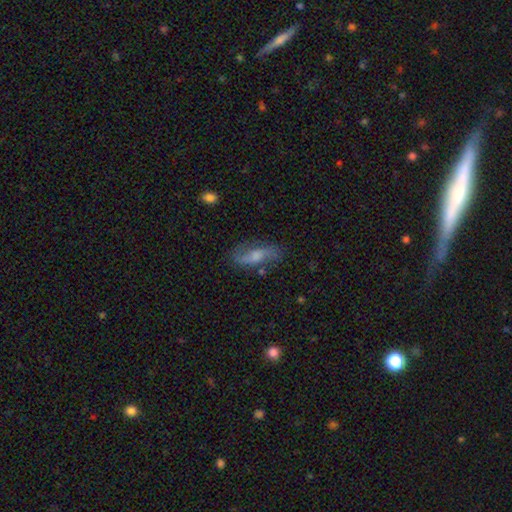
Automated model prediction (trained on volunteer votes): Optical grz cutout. It shows a featured or disk galaxy (61%) with no bar (48%), spiral arms (88%) and a moderate central bulge (46%). Merging: none (73%).